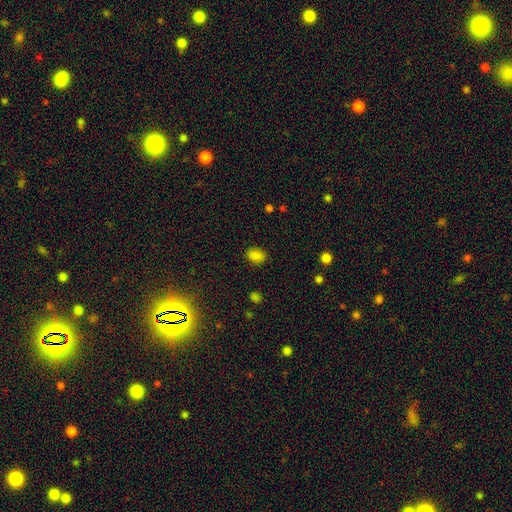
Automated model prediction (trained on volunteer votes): Smooth or featured? smooth (84%)
How rounded? in between (76%)
Merging? none (86%)